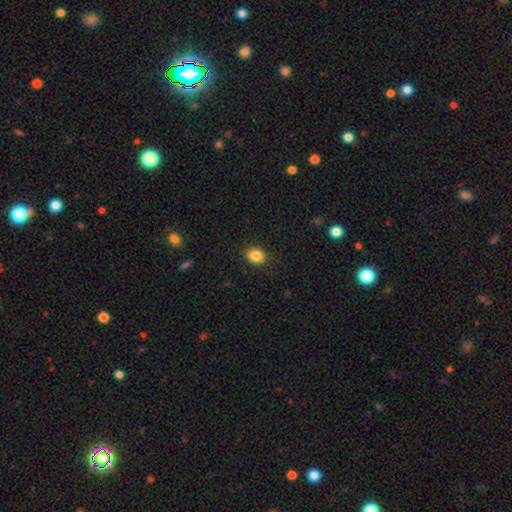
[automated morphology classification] smooth_or_featured: smooth (p=0.86) [alt: star or artifact p=0.10]
how_rounded: round (p=0.50) [alt: in between p=0.49]
merging: none (p=0.88) [alt: minor disturbance p=0.09]